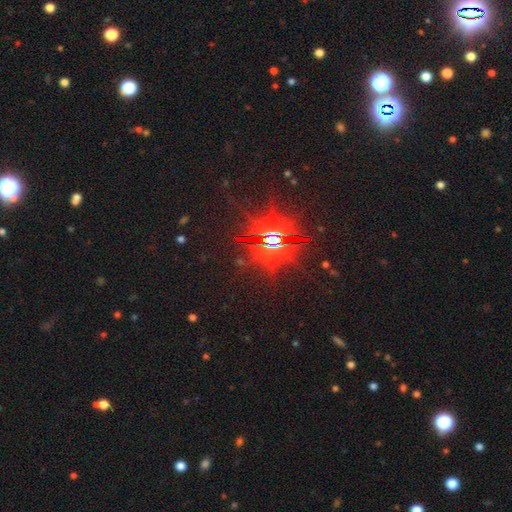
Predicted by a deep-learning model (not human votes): star or artifact 86%, featured or disk 8%, smooth 6%.